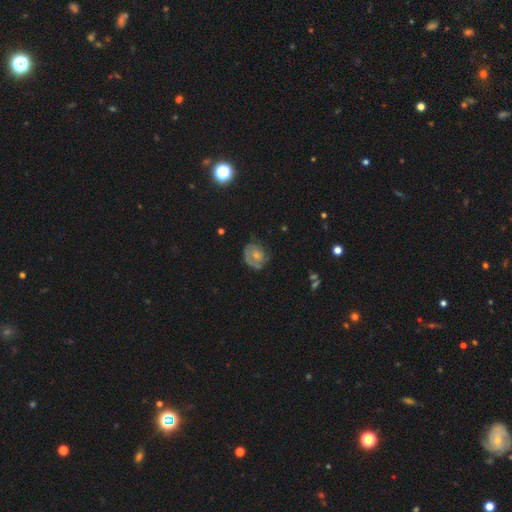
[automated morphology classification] Smooth or featured? featured or disk (63%)
Edge-on disk? no (97%)
Bar? no (69%)
Spiral arms? yes (81%)
Spiral winding? tight (56%)
Spiral arm count? 2 (34%)
Bulge size? small (57%)
Merging? none (62%)